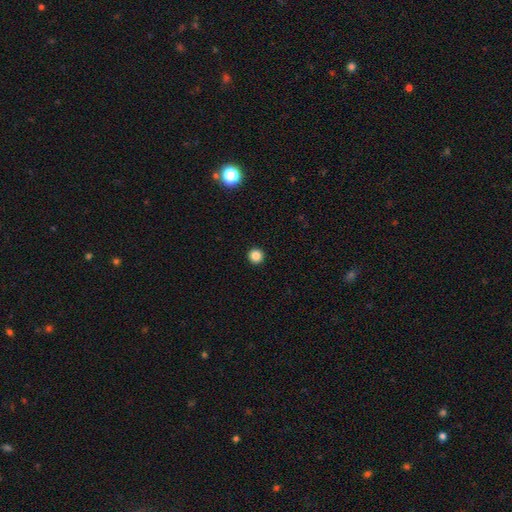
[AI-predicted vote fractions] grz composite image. It shows a smooth galaxy with no disk features (86%) that is round (96%). Merging: none (94%).